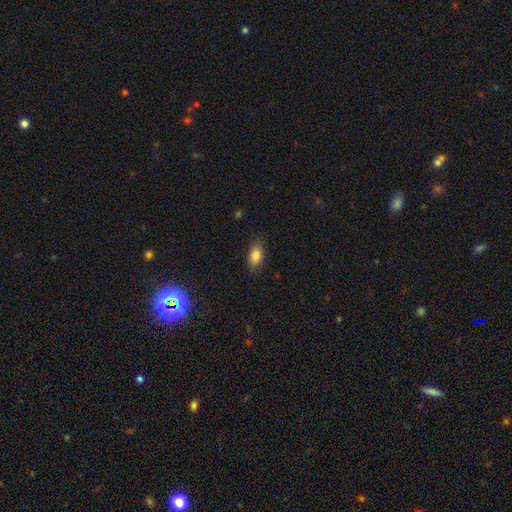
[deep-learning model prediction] Smooth or featured? smooth (82%)
How rounded? in between (88%)
Merging? none (84%)